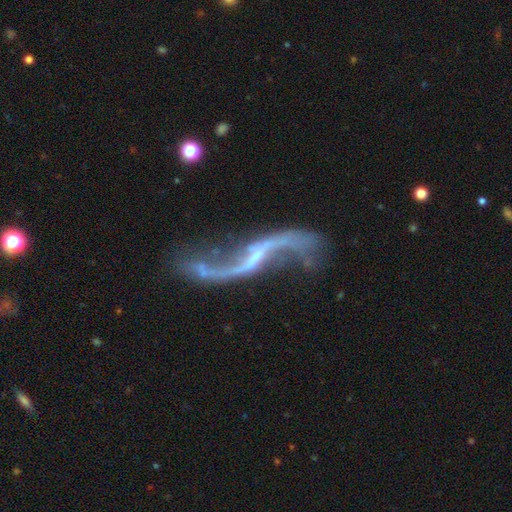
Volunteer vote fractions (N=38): Morphology: type=featured or disk (87%); edge-on=no (100%); bar=weak (45%); spiral arms=yes (94%); winding=loose (97%); arm count=2 (87%); bulge=none (52%); merging=none (49%).